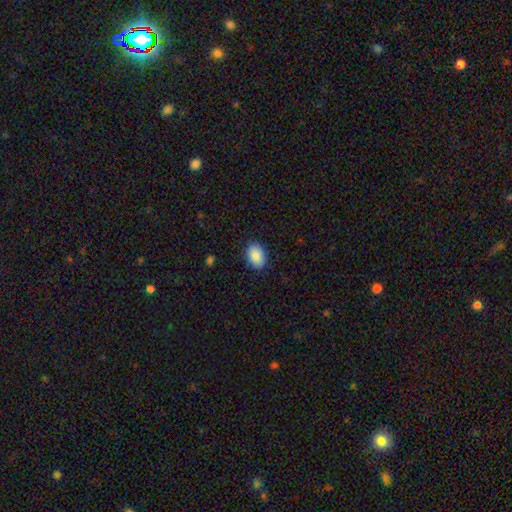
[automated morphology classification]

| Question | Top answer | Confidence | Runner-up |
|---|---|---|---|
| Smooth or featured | smooth | 89% | star or artifact (7%) |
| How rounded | in between | 86% | round (13%) |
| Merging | none | 87% | minor disturbance (10%) |